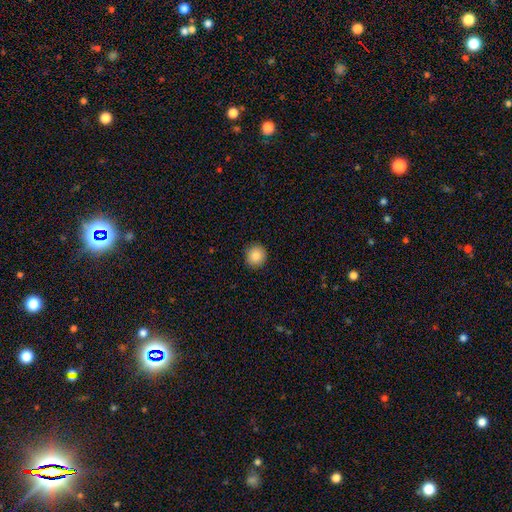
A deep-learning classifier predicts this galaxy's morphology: A smooth galaxy with no disk features (87%) that is round (92%). Merging: none (91%).